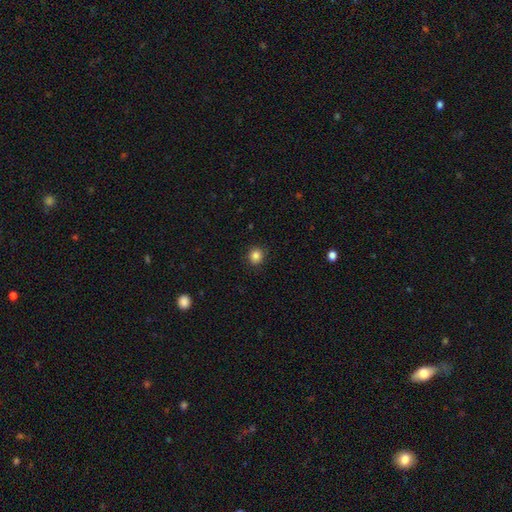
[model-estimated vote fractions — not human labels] This is clearly a smooth galaxy (85%). How rounded: clearly round (89%). Merging: clearly none (91%).